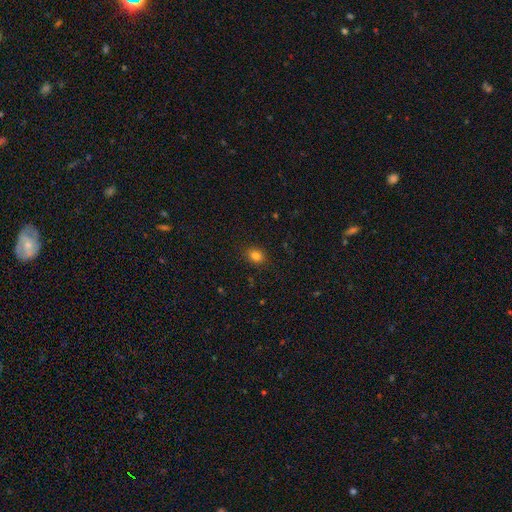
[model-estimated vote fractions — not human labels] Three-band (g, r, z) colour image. It shows a smooth galaxy with no disk features (82%) that is round (52%). Merging: none (88%).